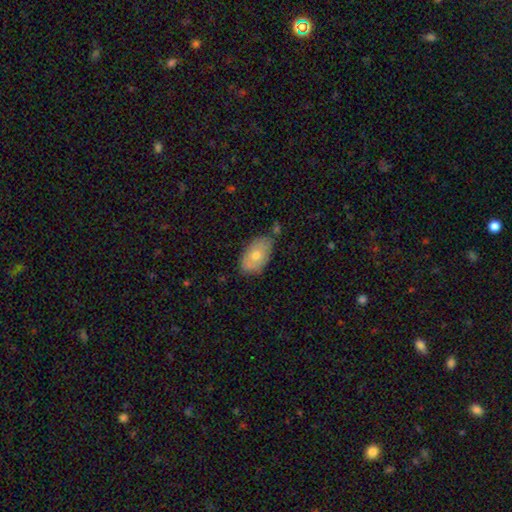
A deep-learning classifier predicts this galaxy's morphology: Smooth or featured? smooth (66%)
How rounded? in between (91%)
Merging? none (68%)